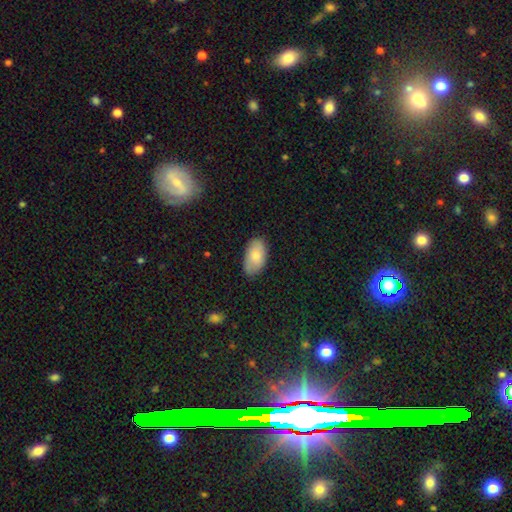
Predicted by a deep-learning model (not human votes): This is clearly a smooth galaxy (81%). How rounded: clearly in between (95%). Merging: clearly none (81%).